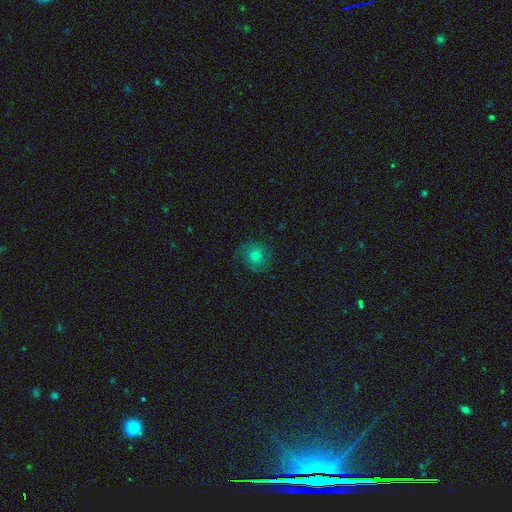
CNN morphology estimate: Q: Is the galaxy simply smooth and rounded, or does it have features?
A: smooth — 48%.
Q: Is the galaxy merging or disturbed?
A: none — 78%.